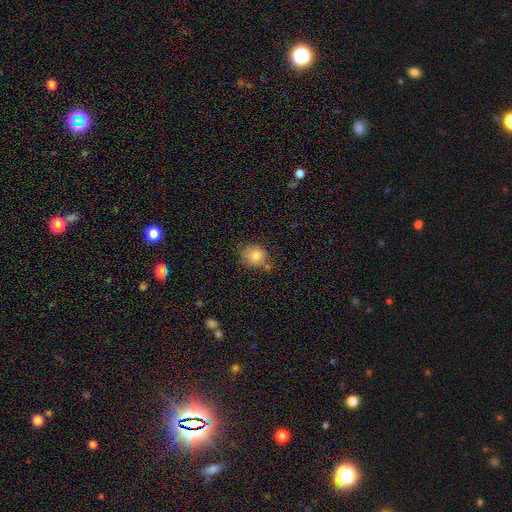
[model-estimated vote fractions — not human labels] Q: Smooth or featured?
A: smooth (83%); runner-up: star or artifact (10%)
Q: How rounded?
A: round (72%); runner-up: in between (27%)
Q: Merging?
A: none (64%); runner-up: minor disturbance (22%)